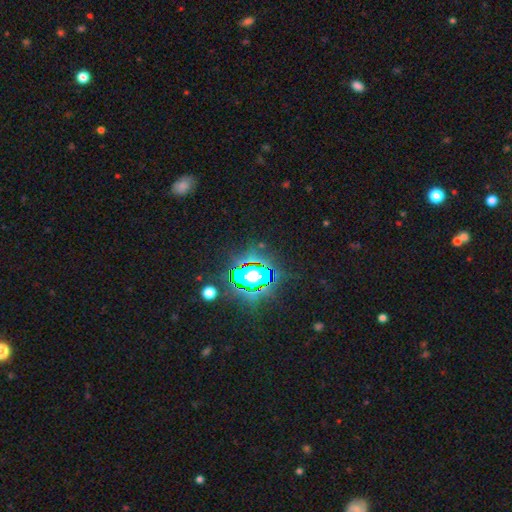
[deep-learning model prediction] smooth_or_featured: star or artifact (p=0.79) [alt: smooth p=0.13]